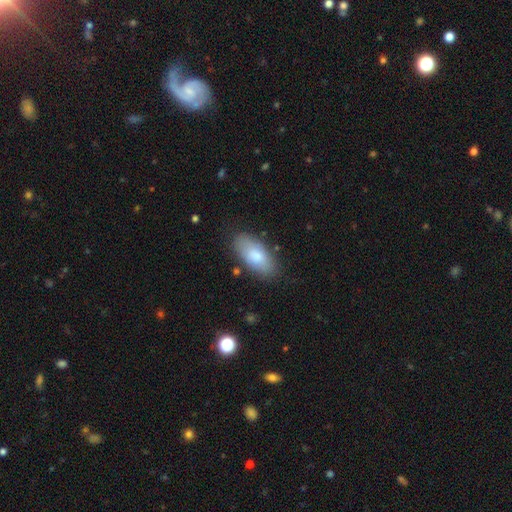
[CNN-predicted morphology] Smooth or featured? Predicted: smooth (p=0.79). How rounded? Predicted: in between (p=0.91). Merging? Predicted: none (p=0.80).